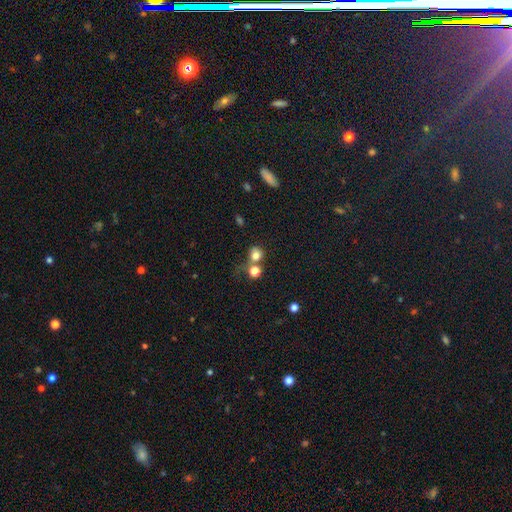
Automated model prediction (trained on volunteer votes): Q: Smooth or featured?
A: smooth (77%); runner-up: star or artifact (13%)
Q: How rounded?
A: round (77%); runner-up: in between (21%)
Q: Merging?
A: none (45%); runner-up: merger (36%)